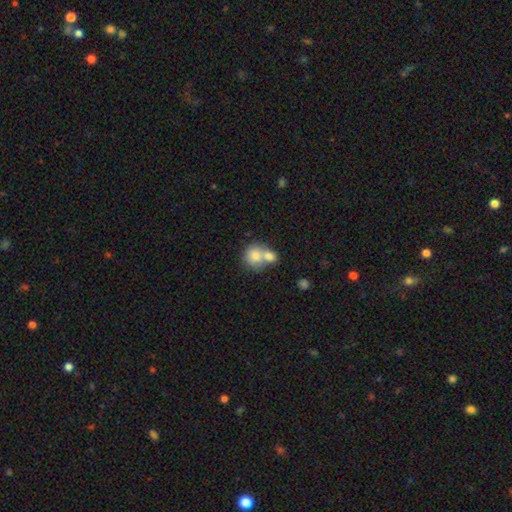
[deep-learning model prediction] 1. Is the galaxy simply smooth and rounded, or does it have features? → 76% smooth, 16% featured or disk, 9% star or artifact.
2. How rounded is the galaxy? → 77% round, 22% in between, 1% cigar-shaped.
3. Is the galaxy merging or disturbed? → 63% merger, 28% none, 6% minor disturbance, 3% major disturbance.